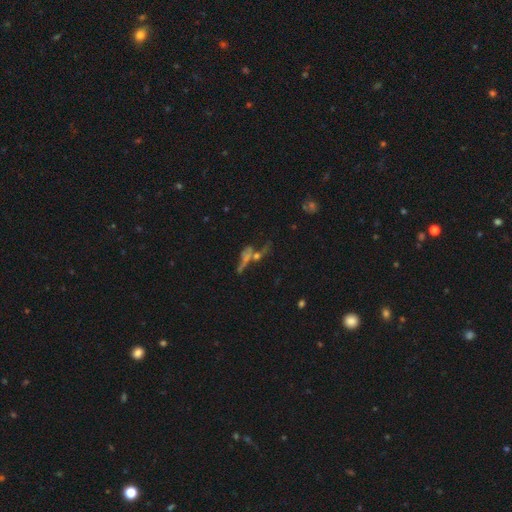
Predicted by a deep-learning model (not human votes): Morphology: type=featured or disk (43%); merging=none (41%).